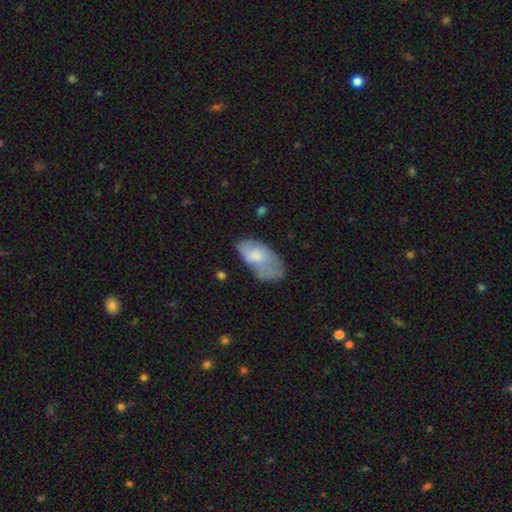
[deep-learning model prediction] smooth-or-featured: smooth: 68% | featured or disk: 25% | star or artifact: 7%
  how-rounded: in between: 93% | cigar-shaped: 4% | round: 3%
  merging: none: 44% | minor disturbance: 35% | major disturbance: 17% | merger: 4%